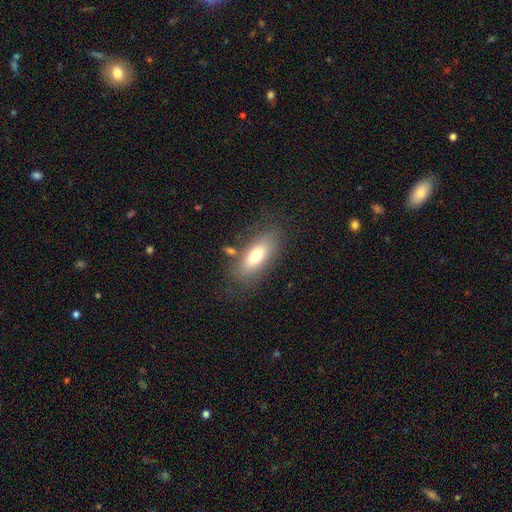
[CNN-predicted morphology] The model was most divided on "smooth or featured": smooth: 70%, featured or disk: 22%, star or artifact: 8%. More confident: how rounded — in between (81%); merging — none (74%).